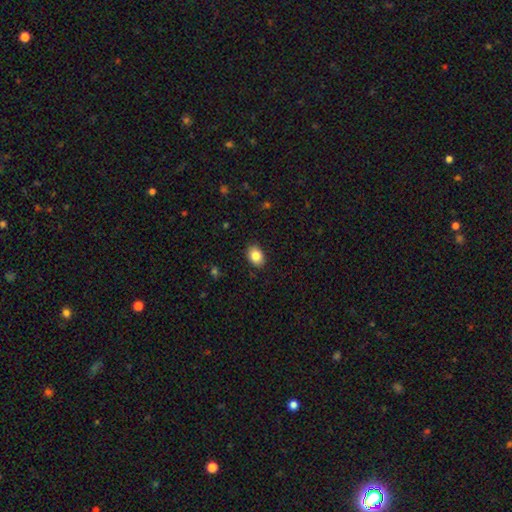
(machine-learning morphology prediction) This appears to be a smooth galaxy with no disk features (86%) that is in between round and cigar-shaped (72%). Merging: none (88%).